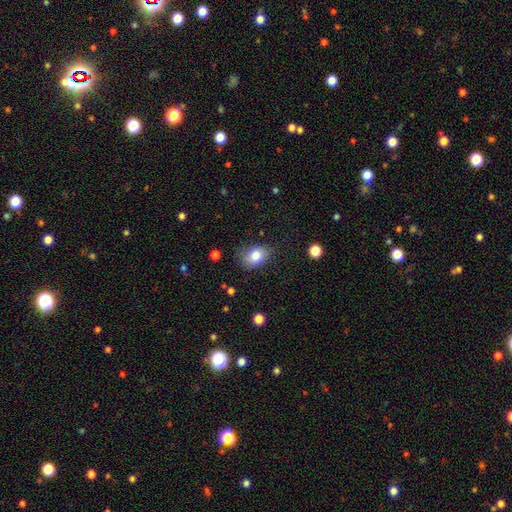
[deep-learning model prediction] Smooth or featured?
  - smooth: 81% *
  - featured or disk: 10%
  - star or artifact: 8%
How rounded?
  - in between: 79% *
  - round: 20%
  - cigar-shaped: 1%
Merging?
  - none: 74% *
  - minor disturbance: 20%
  - major disturbance: 5%
  - merger: 1%